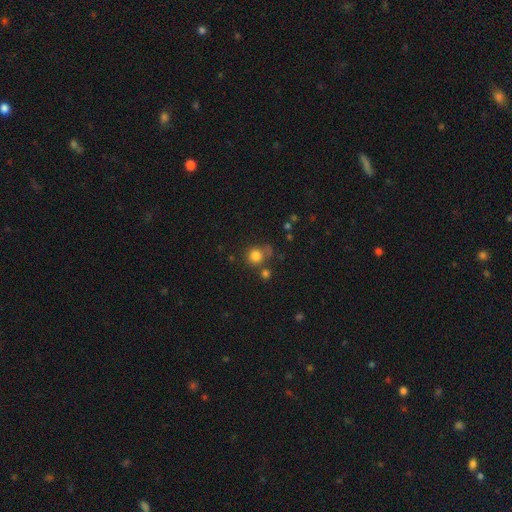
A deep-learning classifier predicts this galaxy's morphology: This appears to be a smooth galaxy with no disk features (81%) that is round (88%). Merging: none (64%).